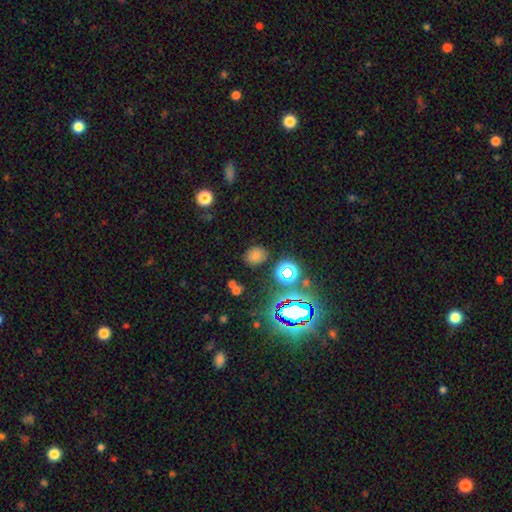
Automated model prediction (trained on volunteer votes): smooth-or-featured: smooth: 68% | star or artifact: 25% | featured or disk: 8%
  how-rounded: round: 53% | in between: 45% | cigar-shaped: 1%
  merging: none: 80% | minor disturbance: 12% | major disturbance: 4% | merger: 4%